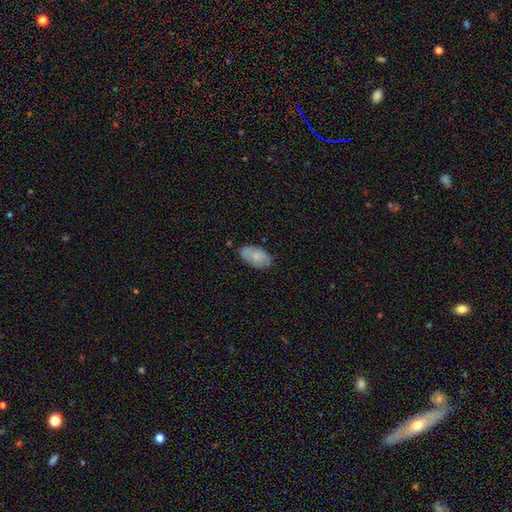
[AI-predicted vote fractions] smooth_or_featured: smooth (p=0.71) [alt: featured or disk p=0.22]
how_rounded: in between (p=0.94) [alt: round p=0.04]
merging: none (p=0.71) [alt: minor disturbance p=0.21]